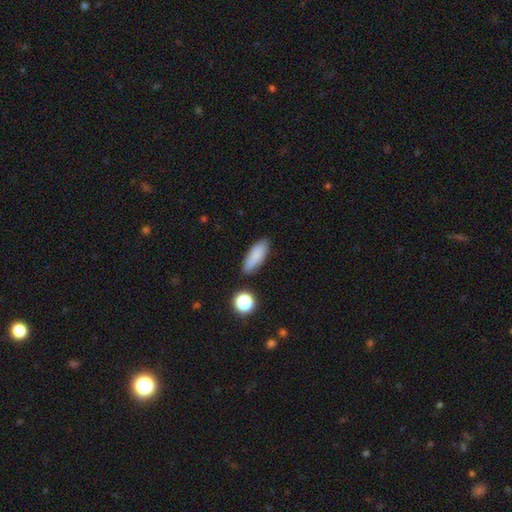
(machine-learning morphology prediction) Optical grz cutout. It shows a smooth galaxy with no disk features (82%) that is in between round and cigar-shaped (66%). Merging: none (80%).